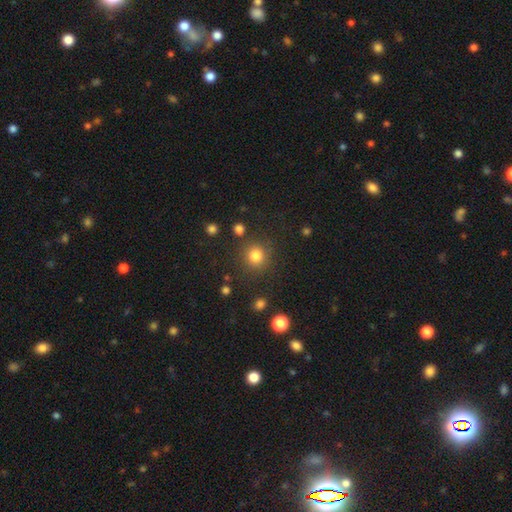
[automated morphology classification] Smooth or featured? smooth (81%)
How rounded? round (92%)
Merging? none (84%)